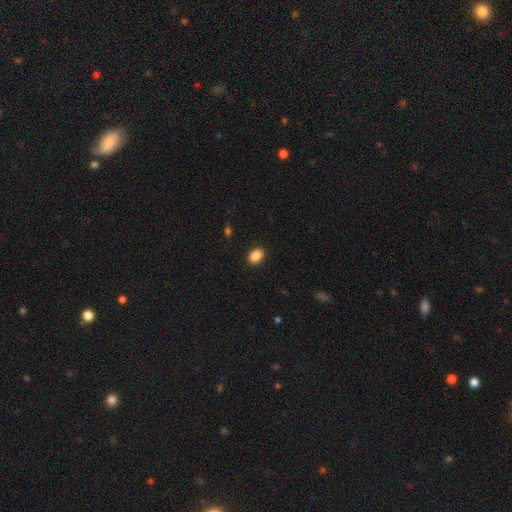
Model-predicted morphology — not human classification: smooth_or_featured: smooth (p=0.88) [alt: star or artifact p=0.08]
how_rounded: in between (p=0.77) [alt: round p=0.22]
merging: none (p=0.90) [alt: minor disturbance p=0.07]